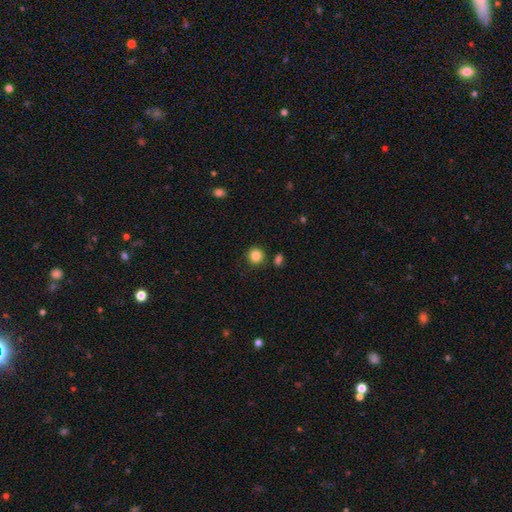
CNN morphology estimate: smooth 85%, star or artifact 10%, featured or disk 4%. Down the decision tree: how rounded — round (90%); merging — none (85%).